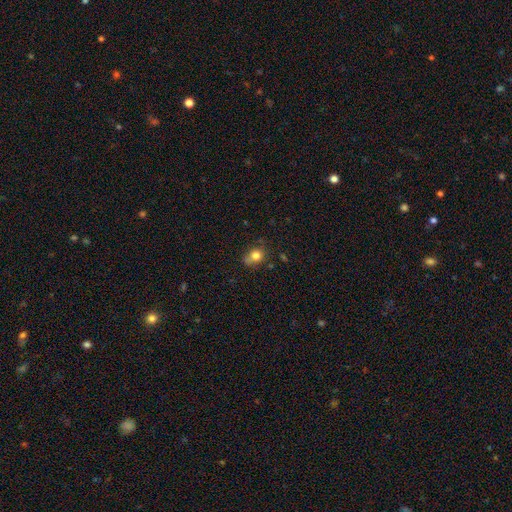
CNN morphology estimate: Smooth or featured? Predicted: smooth (p=0.79). How rounded? Predicted: round (p=0.71). Merging? Predicted: none (p=0.59).